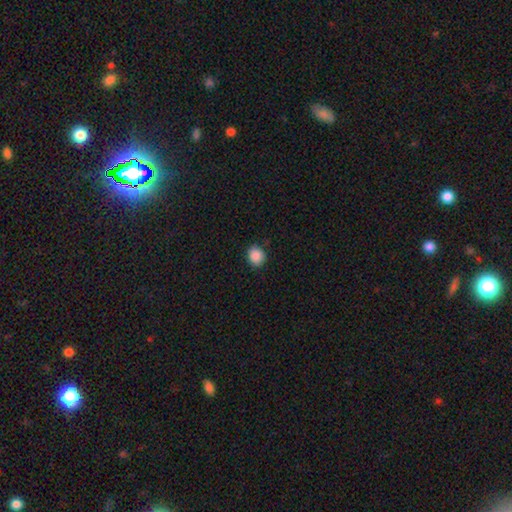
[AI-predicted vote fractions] The model was most divided on "how rounded": round: 73%, in between: 27%, cigar-shaped: 1%. More confident: smooth or featured — smooth (89%); merging — none (85%).